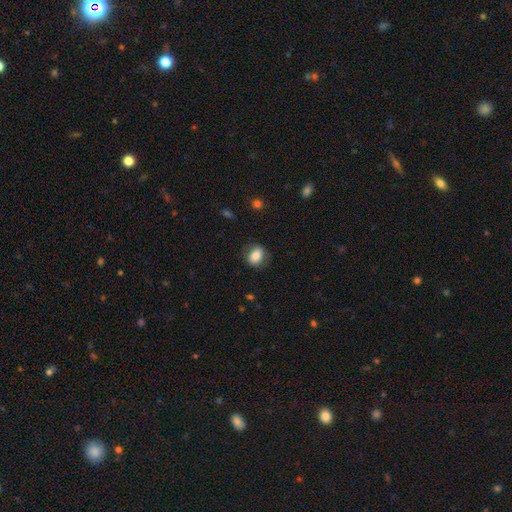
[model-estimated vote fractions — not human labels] Smooth or featured? Predicted: smooth (p=0.79). How rounded? Predicted: in between (p=0.59). Merging? Predicted: none (p=0.79).